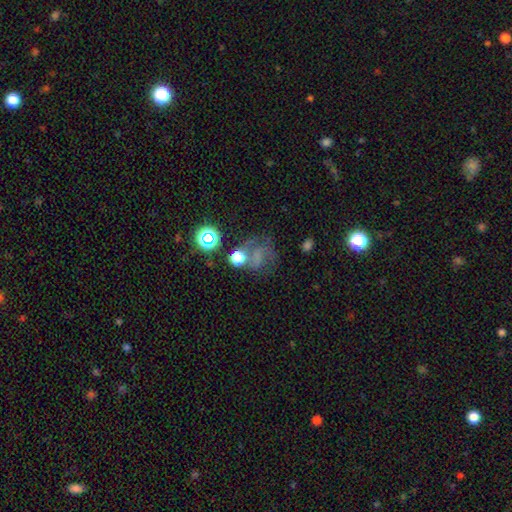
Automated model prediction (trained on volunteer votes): Morphology: type=smooth (40%); merging=none (44%).